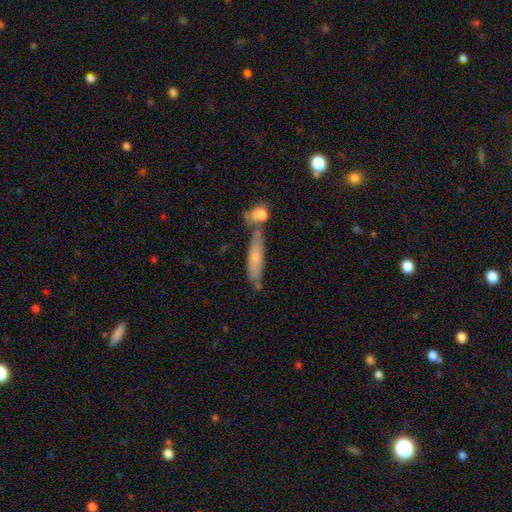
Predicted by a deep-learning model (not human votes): smooth-or-featured: smooth: 49% | featured or disk: 42% | star or artifact: 9%
  merging: none: 58% | merger: 23% | minor disturbance: 15% | major disturbance: 4%